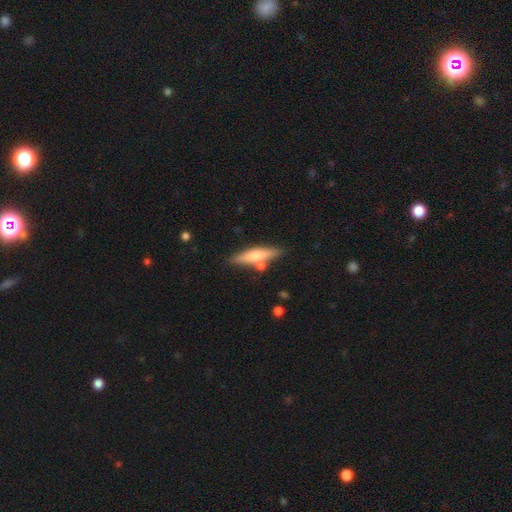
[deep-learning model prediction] Overall: smooth (60%; featured or disk 34%). How rounded: cigar-shaped (81%). Merging: none (75%).